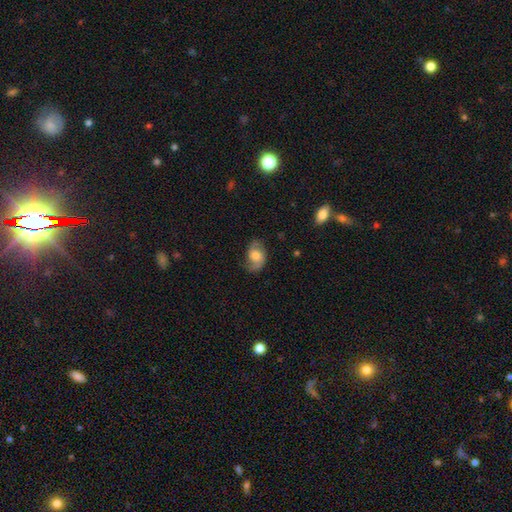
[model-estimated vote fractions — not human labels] The model was most divided on "spiral winding": medium: 46%, loose: 35%, tight: 19%. Remaining: edge-on disk — no (97%); spiral arms — yes (90%); spiral arm count — 2 (84%); merging — none (69%); bar — no (64%); smooth or featured — featured or disk (62%); bulge size — moderate (48%).